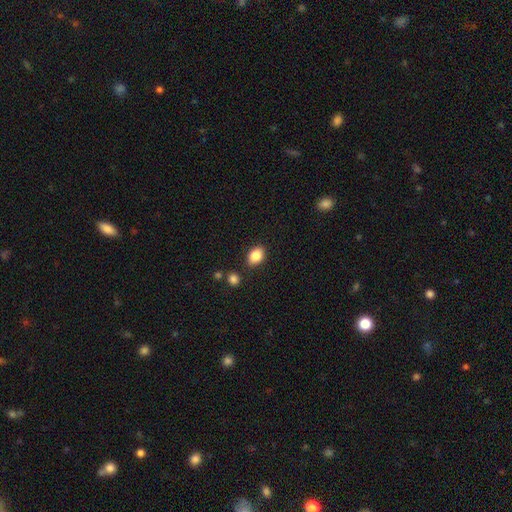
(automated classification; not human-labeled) smooth_or_featured: smooth (p=0.85) [alt: star or artifact p=0.08]
how_rounded: in between (p=0.78) [alt: round p=0.21]
merging: none (p=0.82) [alt: minor disturbance p=0.11]